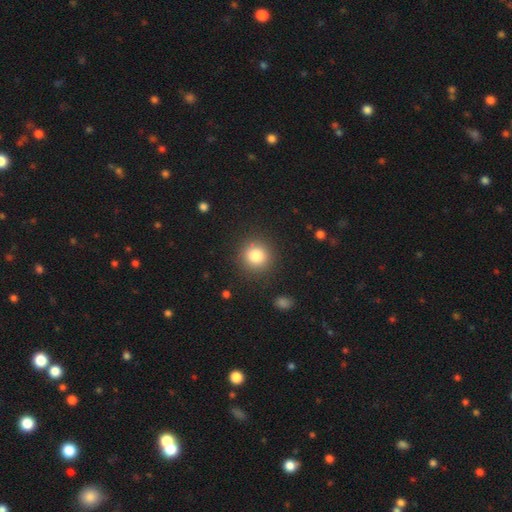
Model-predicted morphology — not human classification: Smooth or featured? smooth (83%)
How rounded? round (92%)
Merging? none (88%)